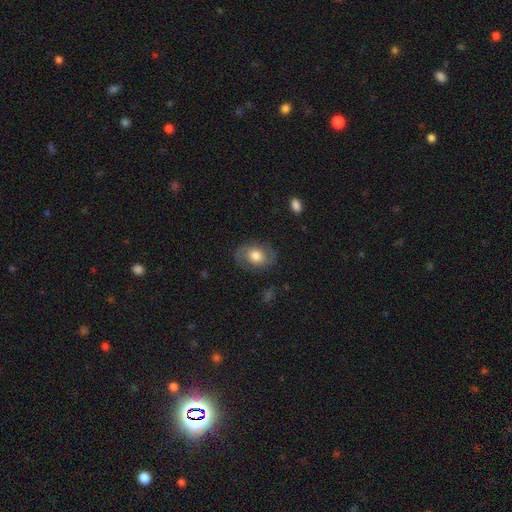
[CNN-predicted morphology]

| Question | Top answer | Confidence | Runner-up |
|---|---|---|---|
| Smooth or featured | featured or disk | 50% | smooth (43%) |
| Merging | none | 79% | minor disturbance (14%) |